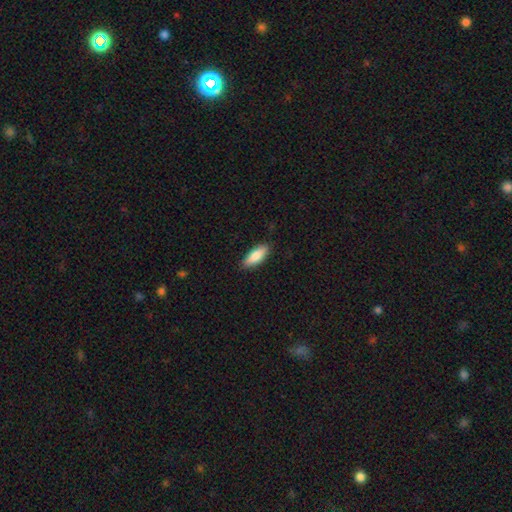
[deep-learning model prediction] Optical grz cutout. It shows a smooth galaxy with no disk features (83%) that is in between round and cigar-shaped (72%). Merging: none (86%).